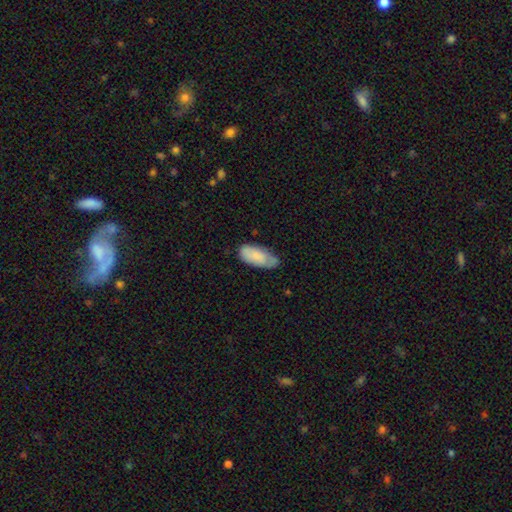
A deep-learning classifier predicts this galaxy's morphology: The model was most divided on "merging": none: 63%, minor disturbance: 30%, major disturbance: 5%, merger: 2%. More confident: how rounded — in between (90%); smooth or featured — smooth (79%).